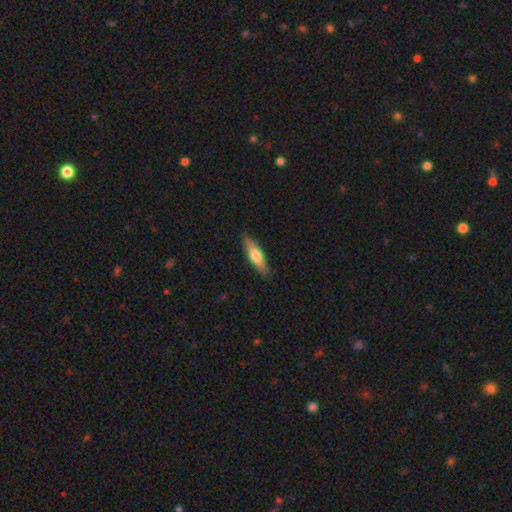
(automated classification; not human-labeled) Overall: smooth (60%; featured or disk 35%). How rounded: cigar-shaped (63%; in between 35%). Merging: none (87%).